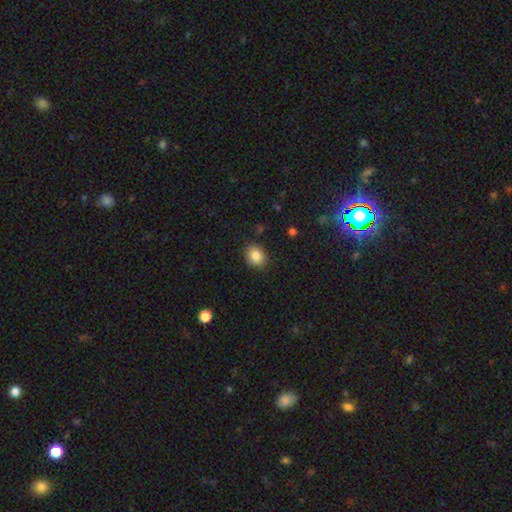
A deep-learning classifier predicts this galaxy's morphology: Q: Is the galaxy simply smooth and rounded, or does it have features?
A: smooth — 85%.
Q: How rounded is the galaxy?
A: round — 59%.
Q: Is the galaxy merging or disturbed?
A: none — 87%.